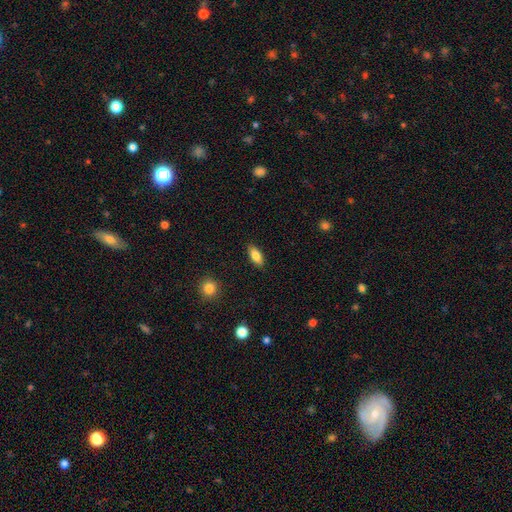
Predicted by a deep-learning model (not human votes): Smooth or featured? Predicted: smooth (p=0.83). How rounded? Predicted: in between (p=0.84). Merging? Predicted: none (p=0.88).